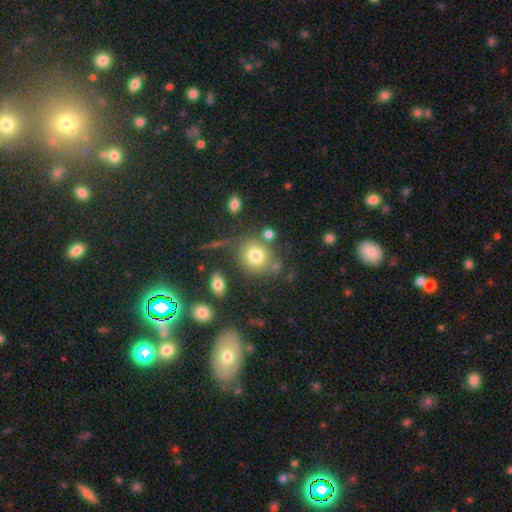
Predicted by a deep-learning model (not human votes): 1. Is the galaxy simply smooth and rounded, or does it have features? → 77% smooth, 12% star or artifact, 11% featured or disk.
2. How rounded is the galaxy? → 78% round, 20% in between, 1% cigar-shaped.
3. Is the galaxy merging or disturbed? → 72% none, 12% minor disturbance, 10% merger, 6% major disturbance.